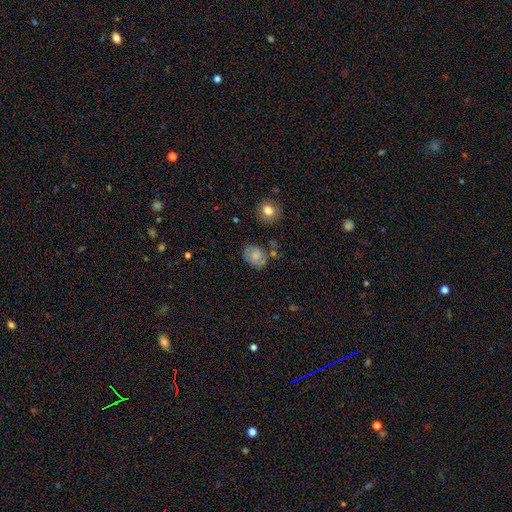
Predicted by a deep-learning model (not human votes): A smooth galaxy with no disk features (61%) that is in between round and cigar-shaped (59%).

Vote fractions:
- Smooth or featured? smooth: 61% / featured or disk: 30% / star or artifact: 9%
- How rounded? in between: 59% / round: 40% / cigar-shaped: 1%
- Merging? none: 67% / minor disturbance: 21% / major disturbance: 7% / merger: 6%